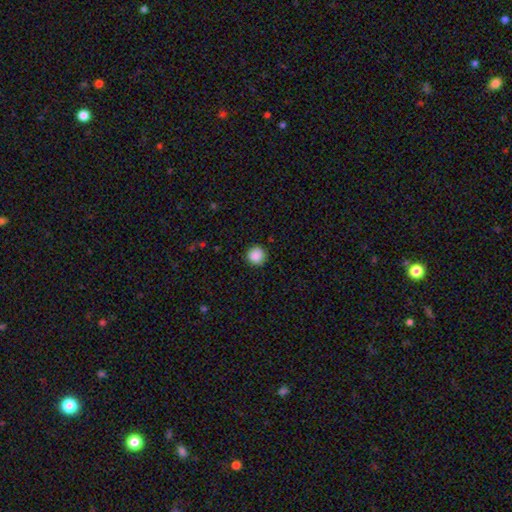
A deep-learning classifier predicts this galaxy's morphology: The model was most divided on "smooth or featured": smooth: 88%, star or artifact: 9%, featured or disk: 3%. More confident: how rounded — round (95%); merging — none (90%).